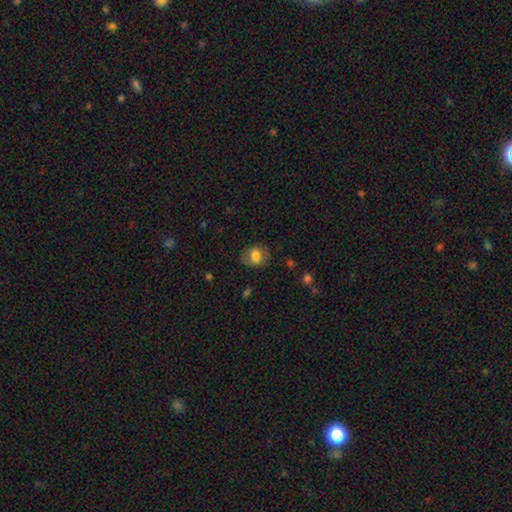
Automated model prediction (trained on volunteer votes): smooth_or_featured: smooth (p=0.74) [alt: featured or disk p=0.17]
how_rounded: round (p=0.53) [alt: in between p=0.46]
merging: none (p=0.74) [alt: minor disturbance p=0.17]